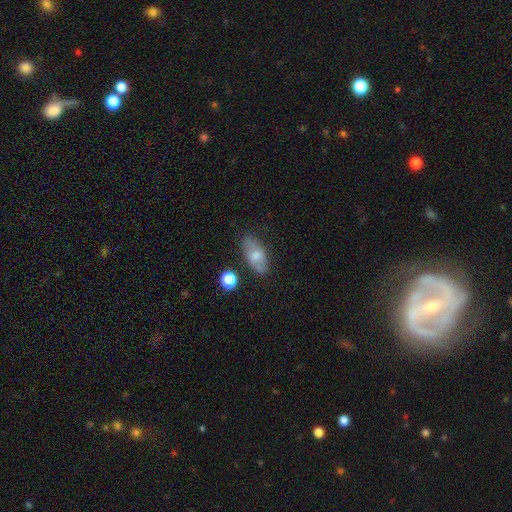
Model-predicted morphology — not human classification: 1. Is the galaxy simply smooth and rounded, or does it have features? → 61% smooth, 31% featured or disk, 9% star or artifact.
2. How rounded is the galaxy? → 89% in between, 6% round, 5% cigar-shaped.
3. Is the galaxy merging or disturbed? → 73% none, 19% minor disturbance, 5% major disturbance, 3% merger.